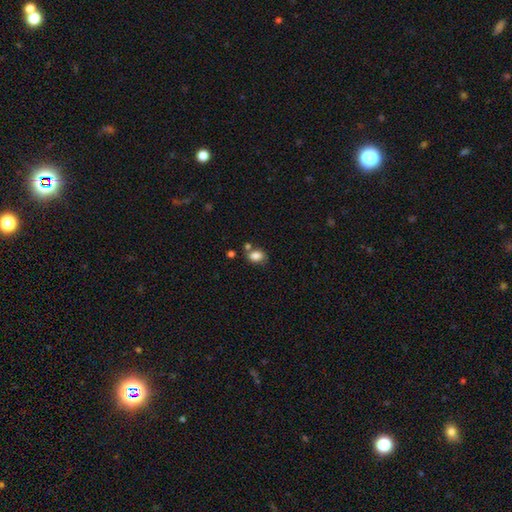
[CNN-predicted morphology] This is clearly a smooth galaxy (84%). How rounded: likely in between (67%). Merging: likely none (62%).